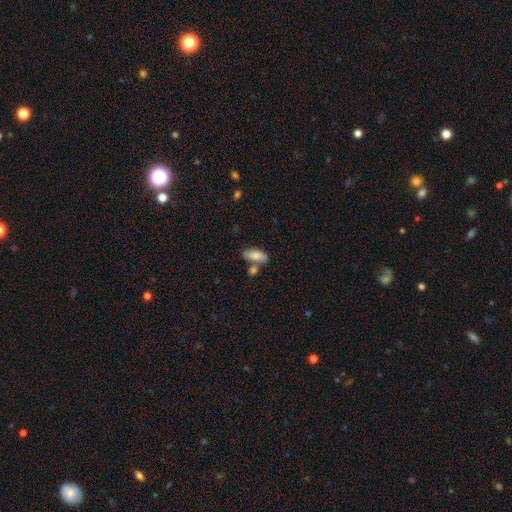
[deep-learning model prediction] Smooth or featured? smooth (82%)
How rounded? in between (87%)
Merging? none (55%)